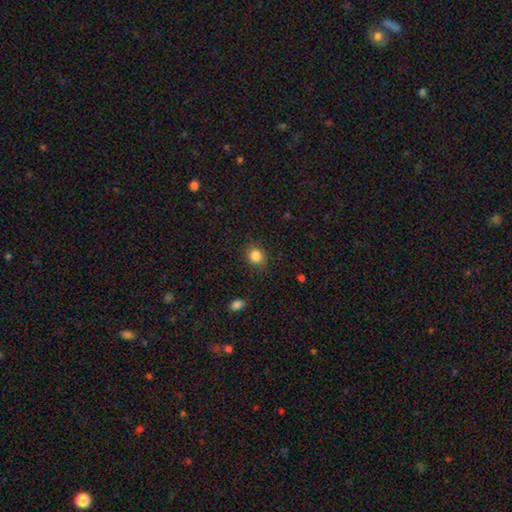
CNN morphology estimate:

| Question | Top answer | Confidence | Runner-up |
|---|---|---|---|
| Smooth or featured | smooth | 85% | star or artifact (11%) |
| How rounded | round | 84% | in between (15%) |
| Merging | none | 86% | minor disturbance (10%) |